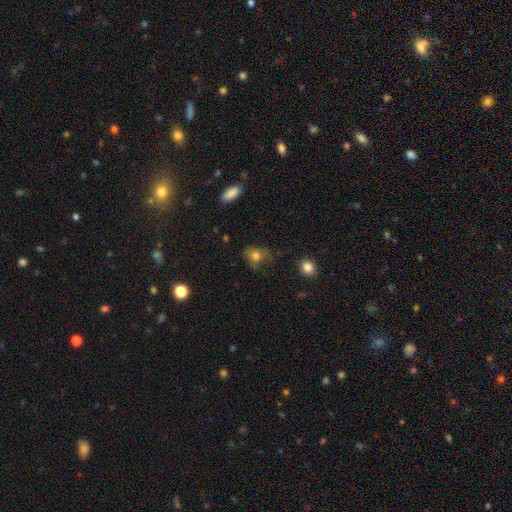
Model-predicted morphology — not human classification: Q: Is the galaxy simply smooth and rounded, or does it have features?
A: smooth — 74%.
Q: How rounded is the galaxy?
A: round — 54%.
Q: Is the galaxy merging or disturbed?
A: none — 53%.